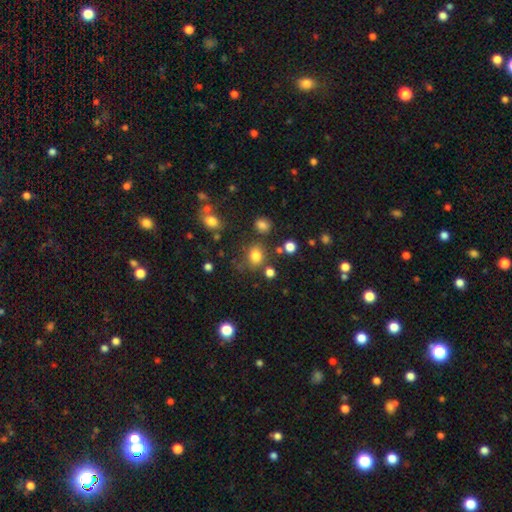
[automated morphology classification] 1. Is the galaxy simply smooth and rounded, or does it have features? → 79% smooth, 14% star or artifact, 7% featured or disk.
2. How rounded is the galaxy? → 55% round, 44% in between, 1% cigar-shaped.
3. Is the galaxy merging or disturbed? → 72% none, 14% minor disturbance, 8% merger, 6% major disturbance.